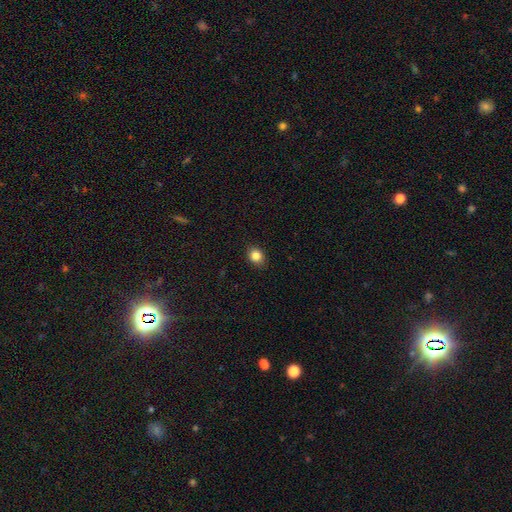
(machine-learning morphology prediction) Smooth or featured? smooth (84%)
How rounded? round (62%)
Merging? none (88%)